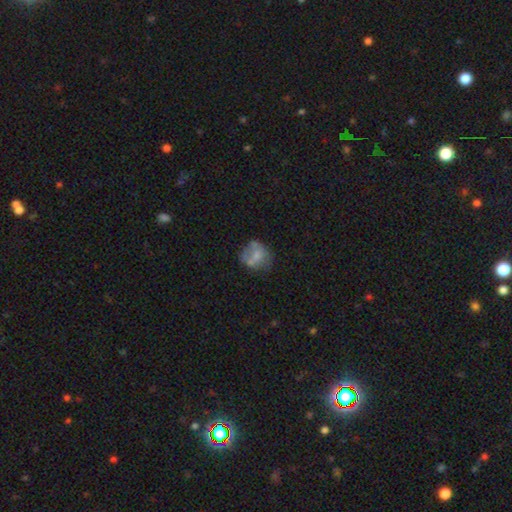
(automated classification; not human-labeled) smooth 55%, featured or disk 36%, star or artifact 9%. Down the decision tree: how rounded — round (71%); merging — none (48%).